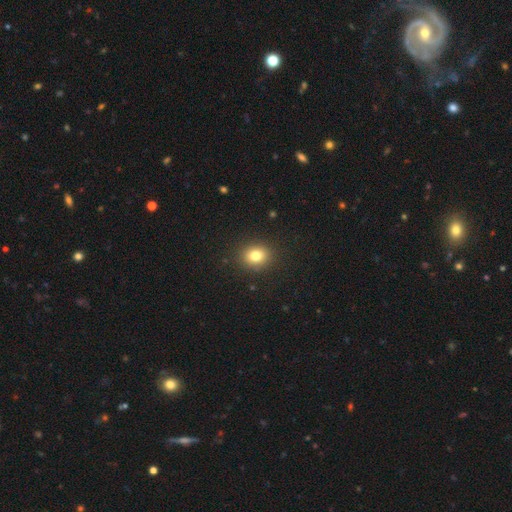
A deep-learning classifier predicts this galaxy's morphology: Q: Smooth or featured?
A: smooth (80%); runner-up: star or artifact (12%)
Q: How rounded?
A: round (68%); runner-up: in between (31%)
Q: Merging?
A: none (90%); runner-up: minor disturbance (7%)